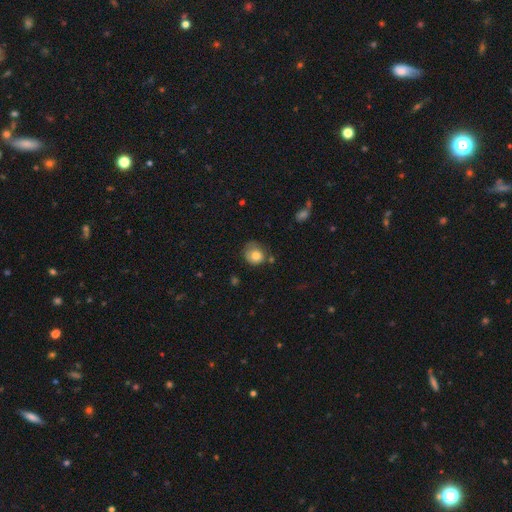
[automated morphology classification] Q: Smooth or featured?
A: smooth (77%); runner-up: featured or disk (14%)
Q: How rounded?
A: round (76%); runner-up: in between (23%)
Q: Merging?
A: none (51%); runner-up: minor disturbance (31%)